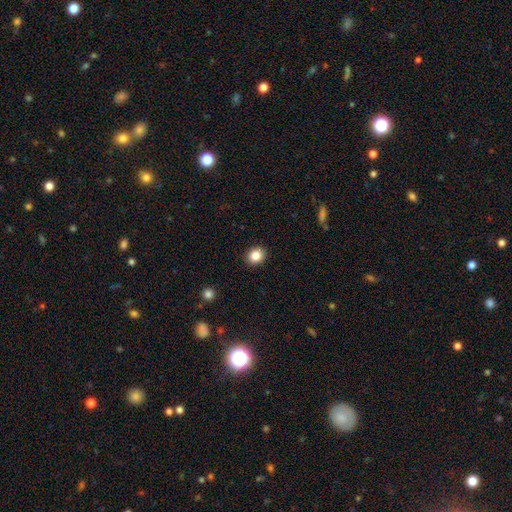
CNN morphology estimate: This is clearly a smooth galaxy (86%). How rounded: likely round (74%). Merging: clearly none (91%).